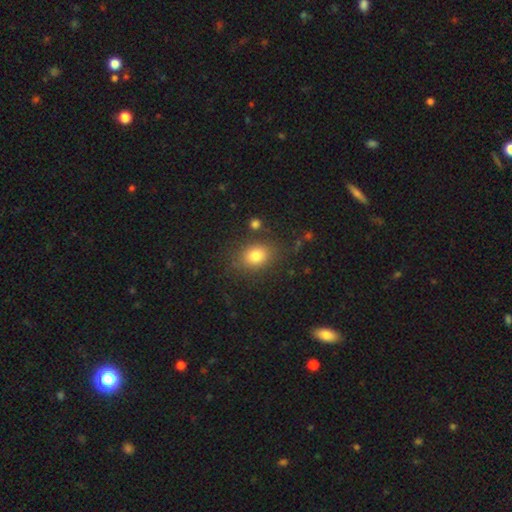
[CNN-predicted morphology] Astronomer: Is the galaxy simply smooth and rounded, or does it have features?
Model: smooth — 81%.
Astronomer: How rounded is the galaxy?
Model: in between — 59% (runner-up: round, 40%).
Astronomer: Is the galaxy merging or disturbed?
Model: none — 80%.